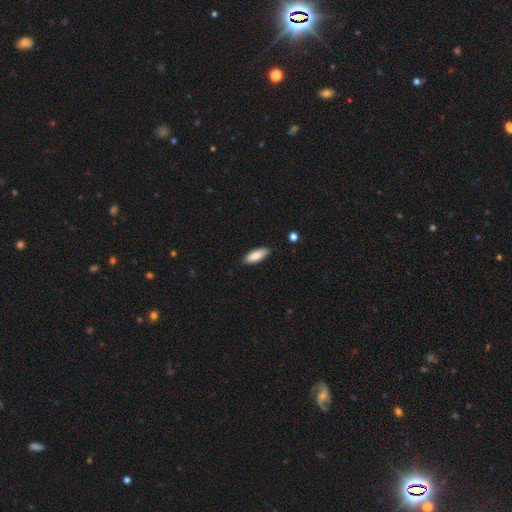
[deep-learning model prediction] A smooth galaxy with no disk features (86%) that is in between round and cigar-shaped (70%).

Vote fractions:
- Smooth or featured? smooth: 86% / featured or disk: 8% / star or artifact: 6%
- How rounded? in between: 70% / cigar-shaped: 29% / round: 2%
- Merging? none: 87% / minor disturbance: 10% / major disturbance: 2% / merger: 1%